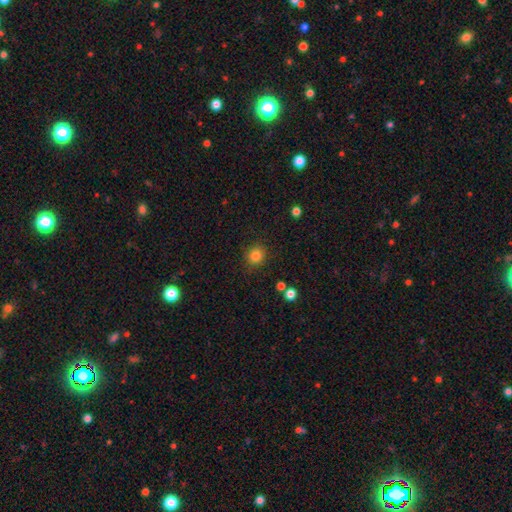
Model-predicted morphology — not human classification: Smooth or featured?
  - smooth: 83% *
  - star or artifact: 12%
  - featured or disk: 5%
How rounded?
  - round: 84% *
  - in between: 15%
  - cigar-shaped: 1%
Merging?
  - none: 87% *
  - minor disturbance: 9%
  - major disturbance: 3%
  - merger: 2%